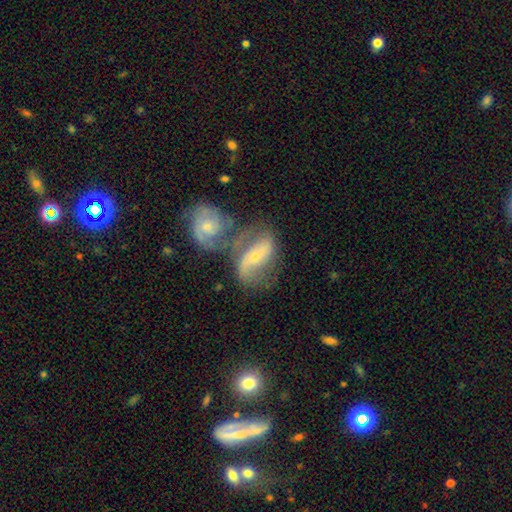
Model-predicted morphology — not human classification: featured or disk 71%, smooth 22%, star or artifact 7%. Down the decision tree: edge-on disk — no (94%); bar — no (44%); spiral arms — yes (84%); spiral arm count — 2 (79%); spiral winding — loose (41%); bulge size — small (62%); merging — merger (57%).